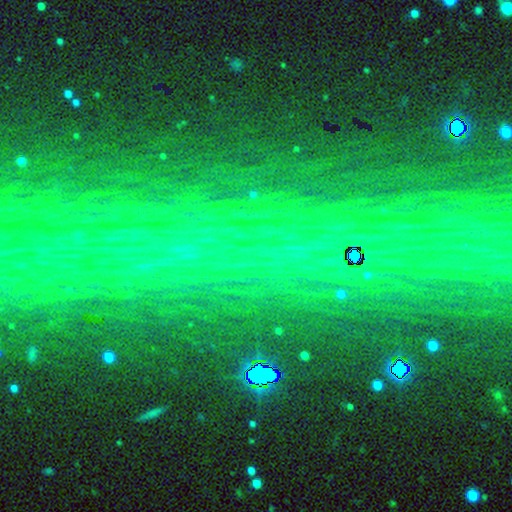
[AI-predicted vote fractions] smooth_or_featured: star or artifact (p=0.84) [alt: featured or disk p=0.08]